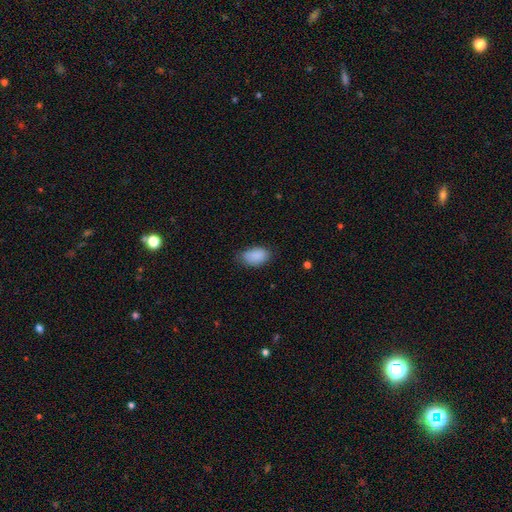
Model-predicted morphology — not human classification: This is clearly a smooth galaxy (89%). How rounded: clearly in between (92%). Merging: likely none (74%).